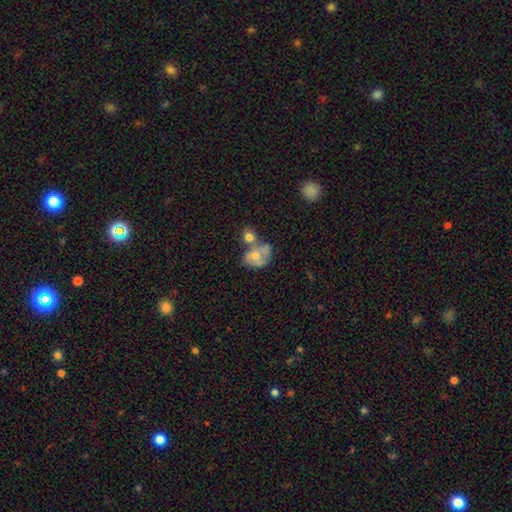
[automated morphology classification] smooth-or-featured: smooth: 48% | featured or disk: 42% | star or artifact: 10%
  merging: merger: 45% | none: 28% | minor disturbance: 16% | major disturbance: 11%